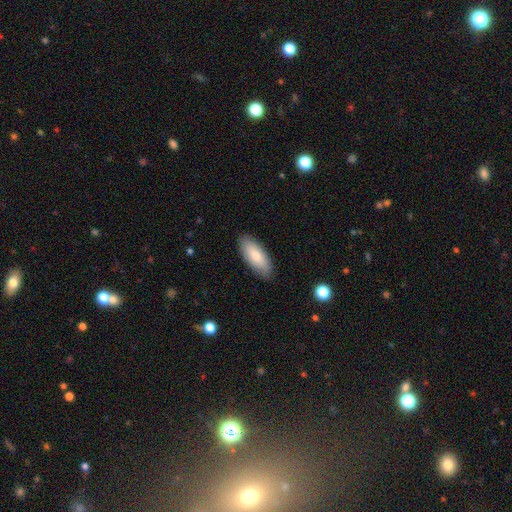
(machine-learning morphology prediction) smooth_or_featured: smooth (p=0.81) [alt: featured or disk p=0.14]
how_rounded: in between (p=0.80) [alt: cigar-shaped p=0.18]
merging: none (p=0.87) [alt: minor disturbance p=0.10]